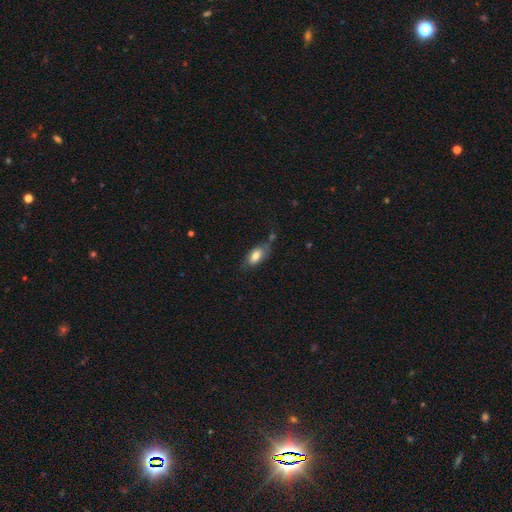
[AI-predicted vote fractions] smooth_or_featured: smooth (p=0.75) [alt: featured or disk p=0.17]
how_rounded: in between (p=0.90) [alt: cigar-shaped p=0.07]
merging: none (p=0.55) [alt: minor disturbance p=0.26]